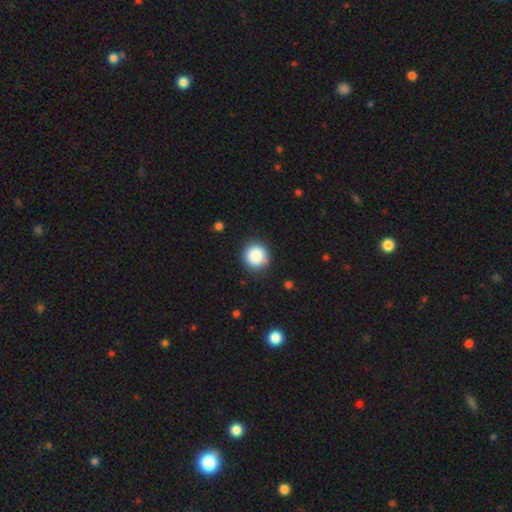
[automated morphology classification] Overall: smooth (87%). How rounded: round (94%). Merging: none (86%).